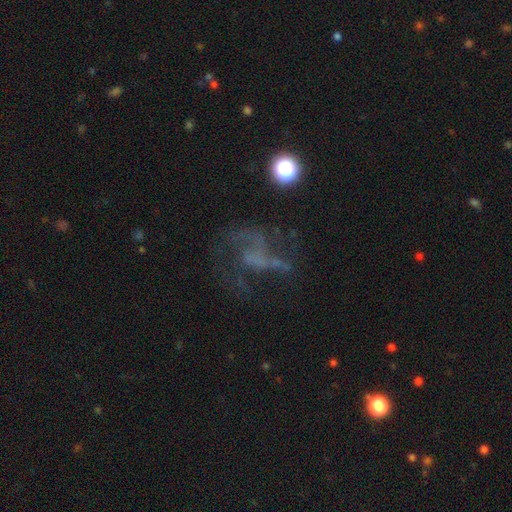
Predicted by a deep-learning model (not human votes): The model was most divided on "merging": none: 40%, major disturbance: 39%, minor disturbance: 15%, merger: 6%. More confident: edge-on disk — no (96%); bar — no (77%); bulge size — none (76%); spiral arms — no (58%); smooth or featured — featured or disk (53%).